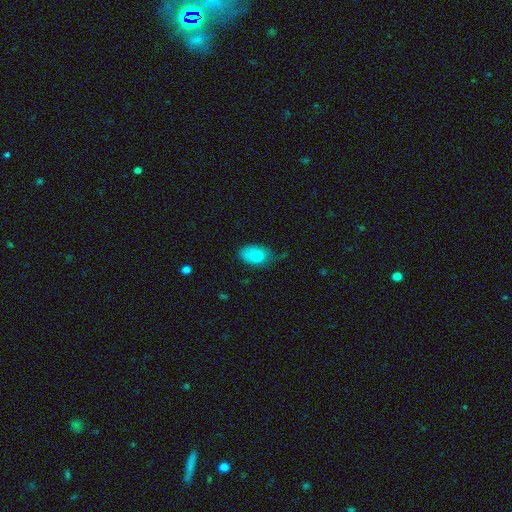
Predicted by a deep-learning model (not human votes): smooth 83%, featured or disk 10%, star or artifact 7%. Down the decision tree: how rounded — in between (91%); merging — none (49%).